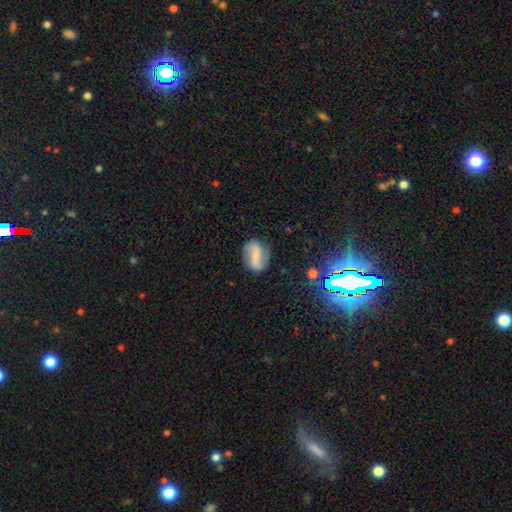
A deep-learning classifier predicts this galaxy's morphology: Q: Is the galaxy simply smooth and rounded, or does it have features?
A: featured or disk — 64%.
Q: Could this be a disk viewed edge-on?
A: no — 96%.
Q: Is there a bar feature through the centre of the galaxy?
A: strong — 47%.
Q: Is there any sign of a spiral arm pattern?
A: yes — 86%.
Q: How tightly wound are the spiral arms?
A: loose — 65%.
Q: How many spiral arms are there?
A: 2 — 89%.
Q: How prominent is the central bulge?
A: small — 47%.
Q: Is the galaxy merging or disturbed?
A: none — 78%.